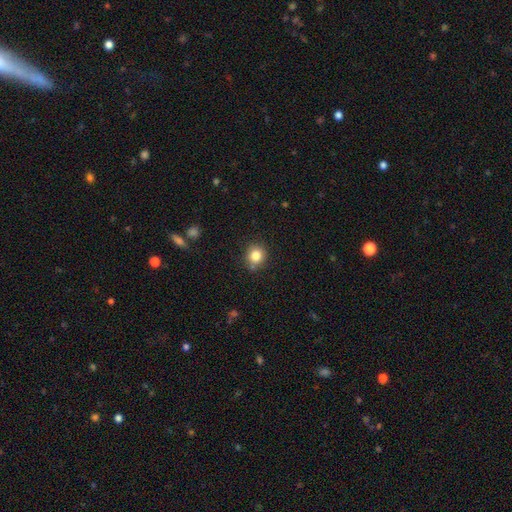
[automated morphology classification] A smooth galaxy with no disk features (82%) that is round (87%).

Vote fractions:
- Smooth or featured? smooth: 82% / star or artifact: 11% / featured or disk: 6%
- How rounded? round: 87% / in between: 12% / cigar-shaped: 1%
- Merging? none: 81% / minor disturbance: 12% / merger: 4% / major disturbance: 3%